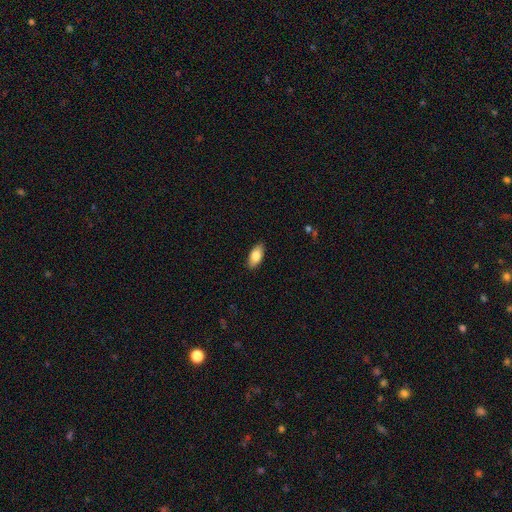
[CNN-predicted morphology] smooth-or-featured: smooth: 83% | featured or disk: 11% | star or artifact: 6%
  how-rounded: in between: 89% | cigar-shaped: 8% | round: 2%
  merging: none: 88% | minor disturbance: 9% | major disturbance: 2% | merger: 1%